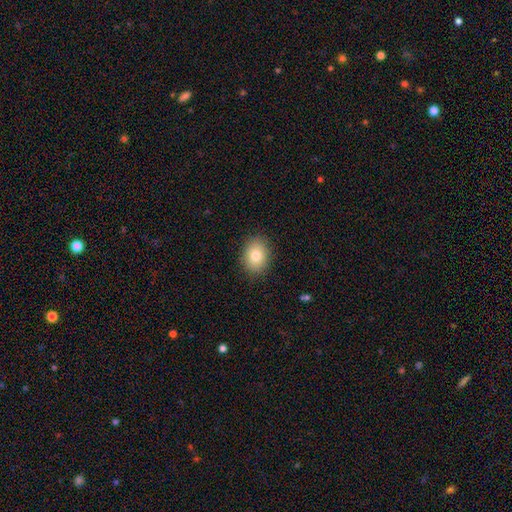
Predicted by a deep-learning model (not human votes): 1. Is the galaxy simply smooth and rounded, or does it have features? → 81% smooth, 10% featured or disk, 9% star or artifact.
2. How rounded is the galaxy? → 59% in between, 40% round, 1% cigar-shaped.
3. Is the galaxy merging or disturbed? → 88% none, 9% minor disturbance, 2% major disturbance, 1% merger.